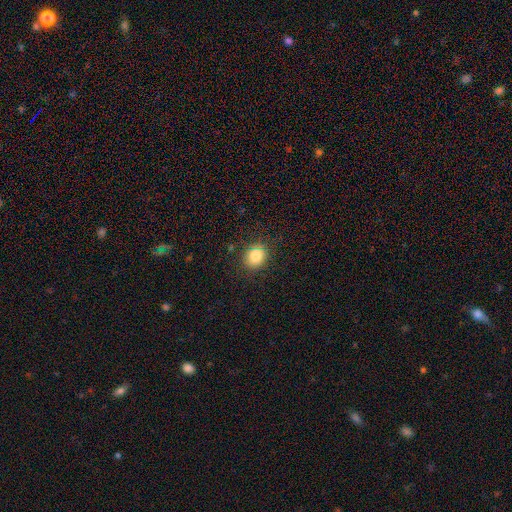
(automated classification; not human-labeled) Morphology: type=smooth (82%); roundness=round (70%); merging=none (85%).